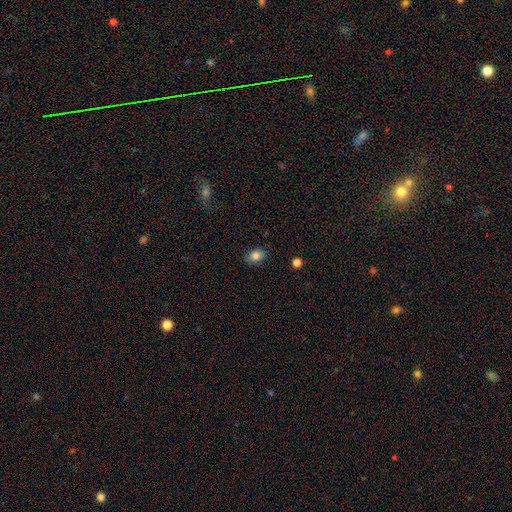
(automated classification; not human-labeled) A smooth galaxy with no disk features (83%) that is in between round and cigar-shaped (72%). Merging: none (85%).